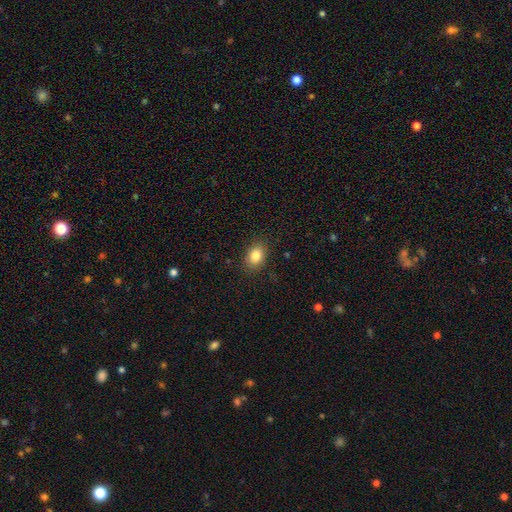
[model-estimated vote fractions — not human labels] Smooth or featured: smooth — 85% (star or artifact — 9%)
How rounded: in between — 76% (round — 23%)
Merging: none — 86% (minor disturbance — 10%)